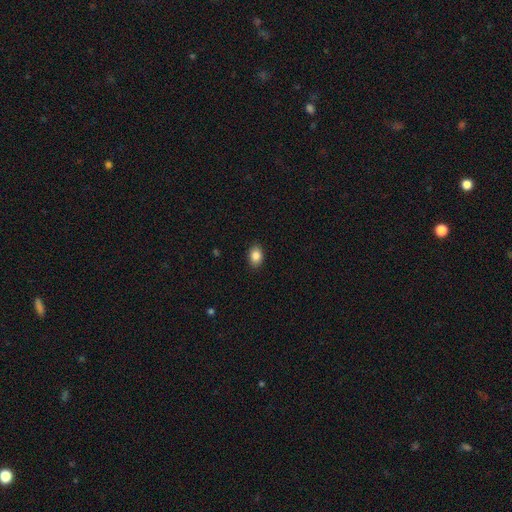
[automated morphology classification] Smooth or featured? Predicted: smooth (p=0.87). How rounded? Predicted: in between (p=0.80). Merging? Predicted: none (p=0.89).